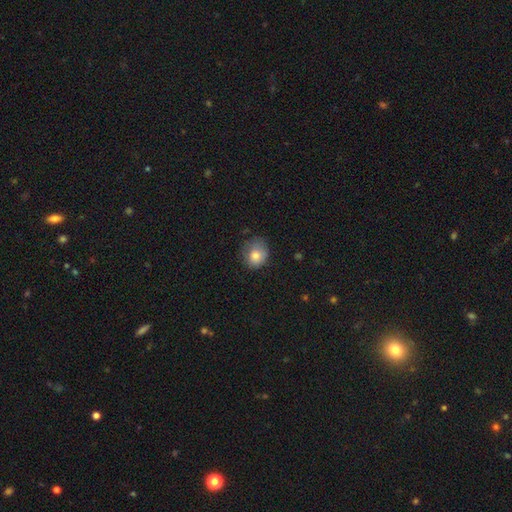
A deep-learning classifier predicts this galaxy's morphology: smooth-or-featured: smooth: 79% | featured or disk: 12% | star or artifact: 9%
  how-rounded: round: 65% | in between: 34% | cigar-shaped: 1%
  merging: none: 56% | minor disturbance: 32% | major disturbance: 11% | merger: 2%